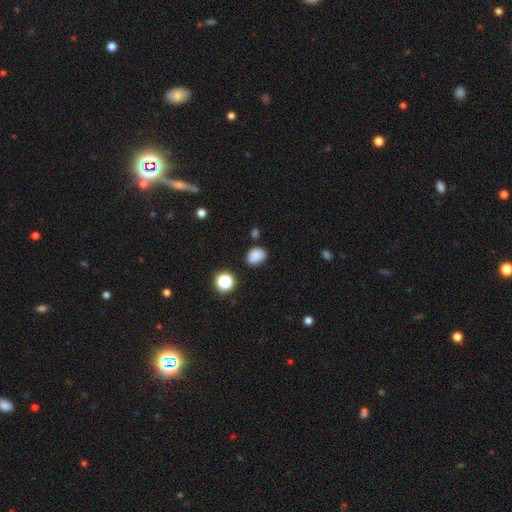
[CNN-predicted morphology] Smooth or featured: smooth — 83% (star or artifact — 12%)
How rounded: in between — 66% (round — 33%)
Merging: none — 76% (minor disturbance — 17%)